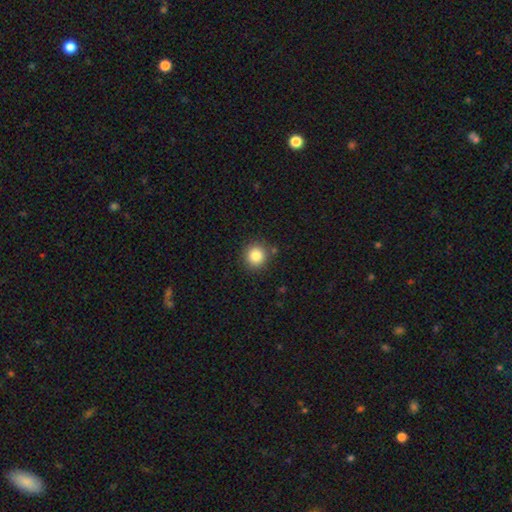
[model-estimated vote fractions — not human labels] A smooth galaxy with no disk features (85%) that is round (92%).

Vote fractions:
- Smooth or featured? smooth: 85% / star or artifact: 10% / featured or disk: 5%
- How rounded? round: 92% / in between: 7% / cigar-shaped: 1%
- Merging? none: 87% / minor disturbance: 8% / merger: 3% / major disturbance: 3%